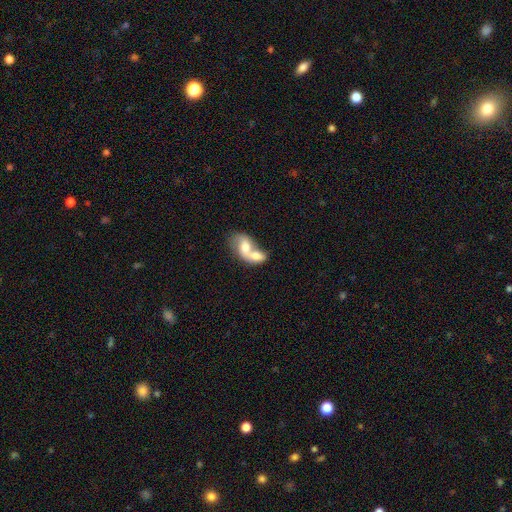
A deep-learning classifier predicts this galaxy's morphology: This appears to be a smooth galaxy with no disk features (56%) that is in between round and cigar-shaped (77%). Merging: merger (82%).